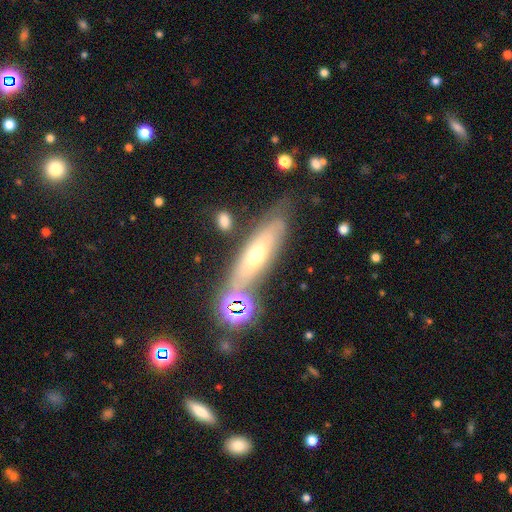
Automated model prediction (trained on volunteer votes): This is possibly a featured or disk galaxy (54%). It is possibly not viewed edge-on (52%). Merging: likely none (71%).